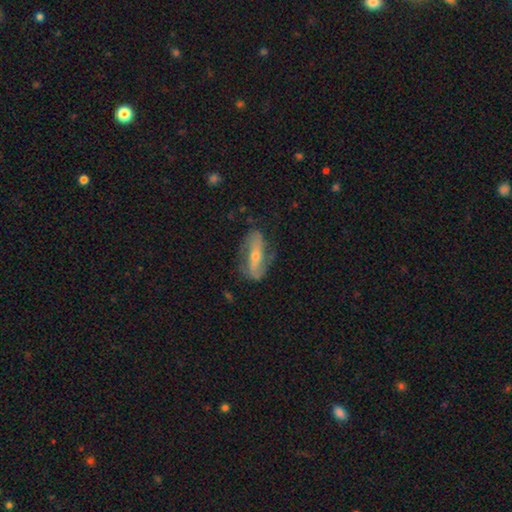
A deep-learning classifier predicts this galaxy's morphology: This appears to be a featured or disk galaxy (73%) with a strong bar (47%), 2 (82%) medium (37%) spiral arms (84%) and a small central bulge (49%). Merging: none (76%).